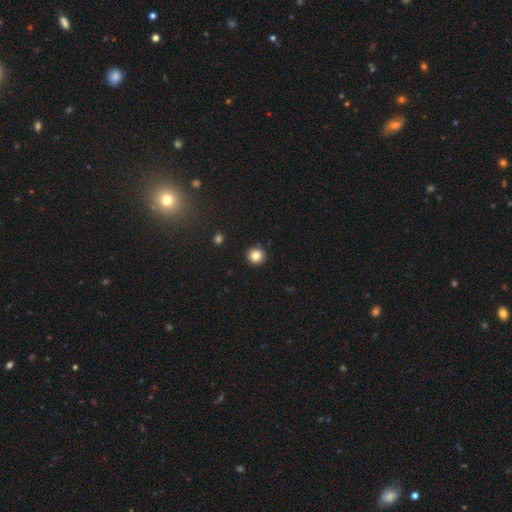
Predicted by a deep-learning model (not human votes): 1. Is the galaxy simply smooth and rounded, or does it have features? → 84% smooth, 11% star or artifact, 6% featured or disk.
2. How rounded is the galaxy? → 94% round, 5% in between, 1% cigar-shaped.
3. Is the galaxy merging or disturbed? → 92% none, 5% minor disturbance, 2% major disturbance, 1% merger.